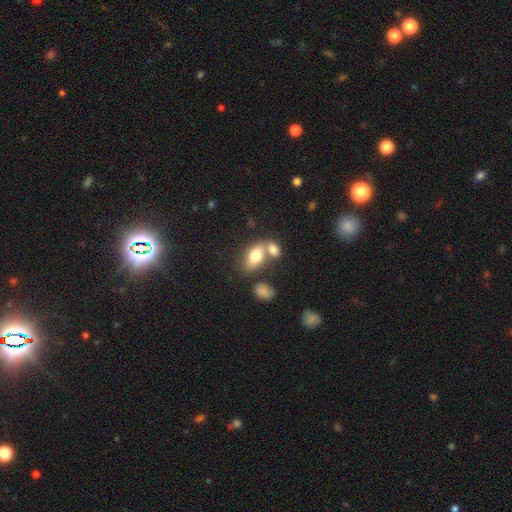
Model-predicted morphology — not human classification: This appears to be a smooth galaxy with no disk features (76%) that is in between round and cigar-shaped (86%). Merging: merger (48%).